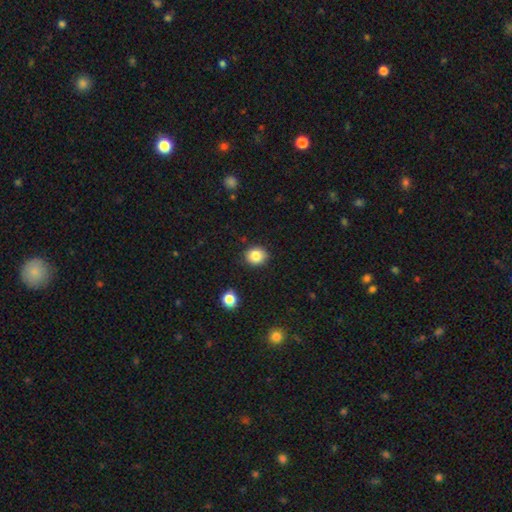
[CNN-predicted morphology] smooth-or-featured: smooth: 84% | star or artifact: 10% | featured or disk: 6%
  how-rounded: round: 81% | in between: 18% | cigar-shaped: 1%
  merging: none: 88% | minor disturbance: 8% | major disturbance: 2% | merger: 2%